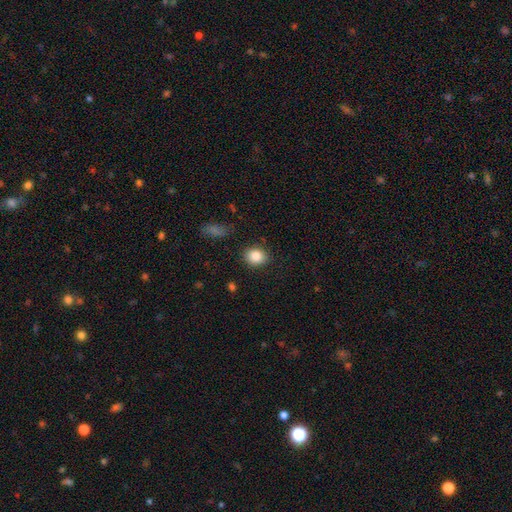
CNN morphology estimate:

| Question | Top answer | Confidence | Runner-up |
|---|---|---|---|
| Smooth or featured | smooth | 85% | star or artifact (9%) |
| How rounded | round | 64% | in between (35%) |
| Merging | none | 87% | minor disturbance (9%) |